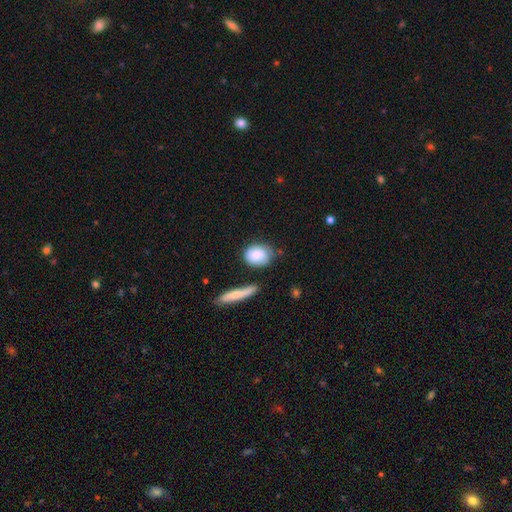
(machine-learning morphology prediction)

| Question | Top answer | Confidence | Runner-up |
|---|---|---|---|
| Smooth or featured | smooth | 80% | featured or disk (14%) |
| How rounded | round | 53% | in between (44%) |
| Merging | none | 58% | minor disturbance (25%) |